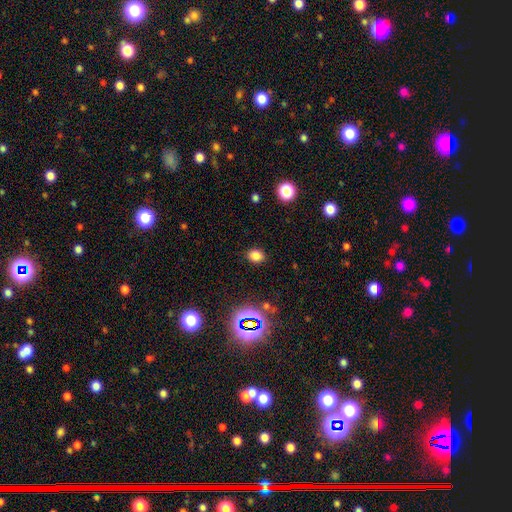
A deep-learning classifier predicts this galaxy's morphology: The model was most divided on "how rounded": round: 51%, in between: 48%, cigar-shaped: 1%. More confident: merging — none (87%); smooth or featured — smooth (77%).